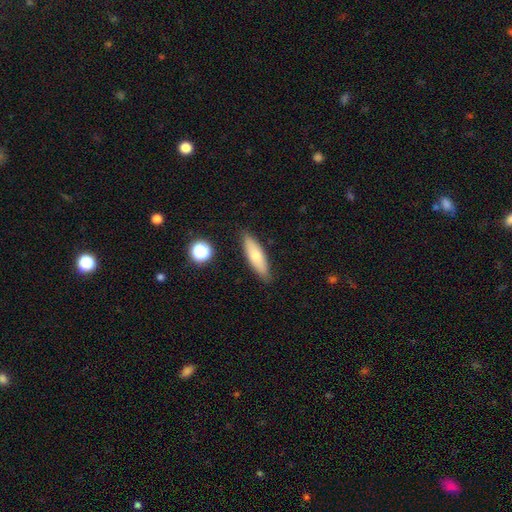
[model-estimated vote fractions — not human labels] This is likely a smooth galaxy (66%). How rounded: possibly cigar-shaped (56%). Merging: clearly none (85%).